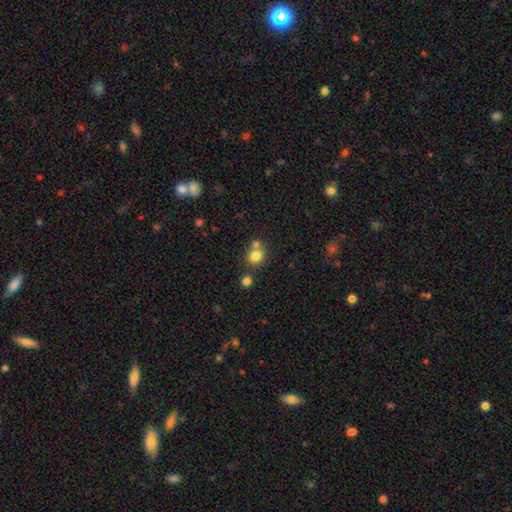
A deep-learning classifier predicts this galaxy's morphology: Smooth or featured?
  - smooth: 80% *
  - star or artifact: 12%
  - featured or disk: 8%
How rounded?
  - round: 80% *
  - in between: 19%
  - cigar-shaped: 1%
Merging?
  - none: 59% *
  - merger: 29%
  - minor disturbance: 9%
  - major disturbance: 3%